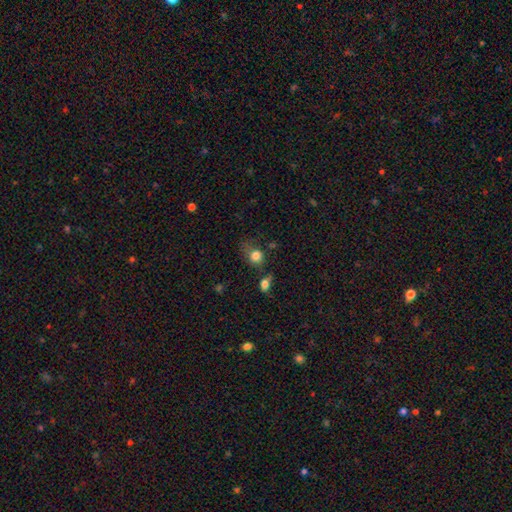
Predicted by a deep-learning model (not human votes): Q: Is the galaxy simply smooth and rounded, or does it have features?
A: smooth — 80%.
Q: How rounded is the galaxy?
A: round — 68%.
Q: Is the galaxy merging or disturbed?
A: none — 41%.